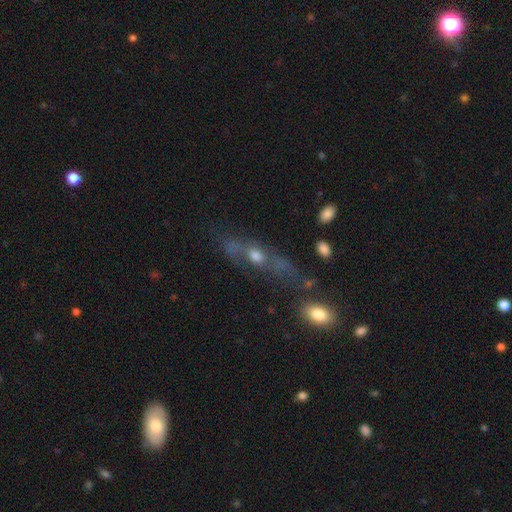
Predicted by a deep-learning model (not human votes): smooth_or_featured: featured or disk (p=0.51) [alt: smooth p=0.34]
disk_edge_on: no (p=0.51) [alt: yes p=0.49]
merging: none (p=0.54) [alt: minor disturbance p=0.20]